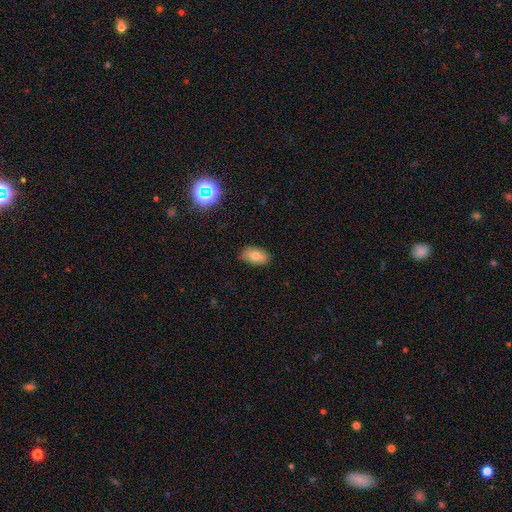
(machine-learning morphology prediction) Smooth or featured? smooth (73%)
How rounded? in between (89%)
Merging? none (86%)